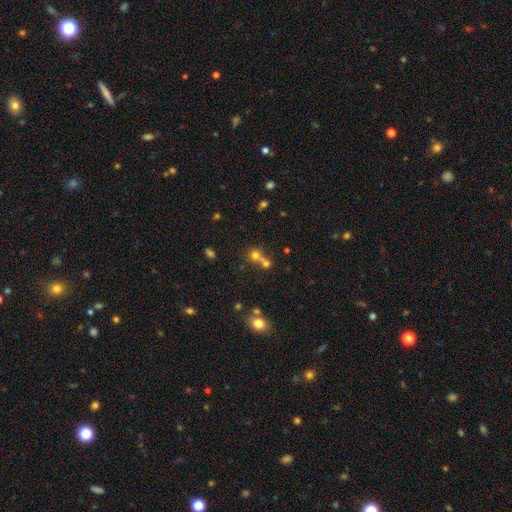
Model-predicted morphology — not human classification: smooth_or_featured: smooth (p=0.65) [alt: star or artifact p=0.22]
how_rounded: round (p=0.85) [alt: in between p=0.14]
merging: merger (p=0.48) [alt: none p=0.41]